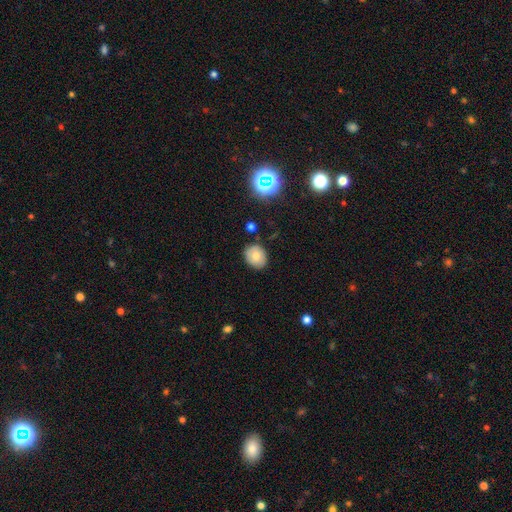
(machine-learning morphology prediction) A smooth galaxy with no disk features (72%) that is round (61%). Merging: none (80%).